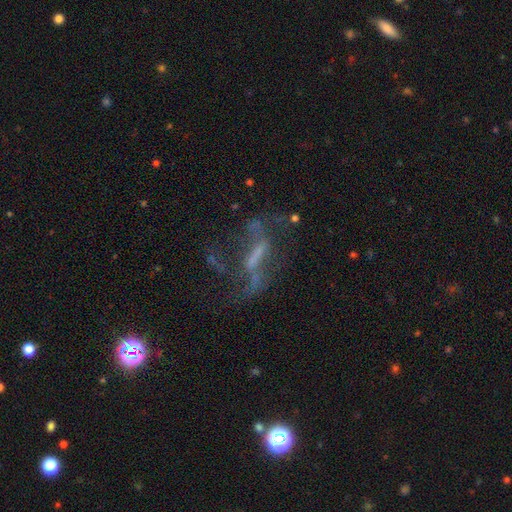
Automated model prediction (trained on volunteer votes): Q: Smooth or featured?
A: featured or disk (65%); runner-up: star or artifact (18%)
Q: Edge-on disk?
A: no (83%); runner-up: yes (17%)
Q: Bar?
A: strong (47%); runner-up: weak (29%)
Q: Spiral arms?
A: yes (54%); runner-up: no (46%)
Q: Bulge size?
A: none (52%); runner-up: small (23%)
Q: Merging?
A: none (42%); runner-up: major disturbance (36%)